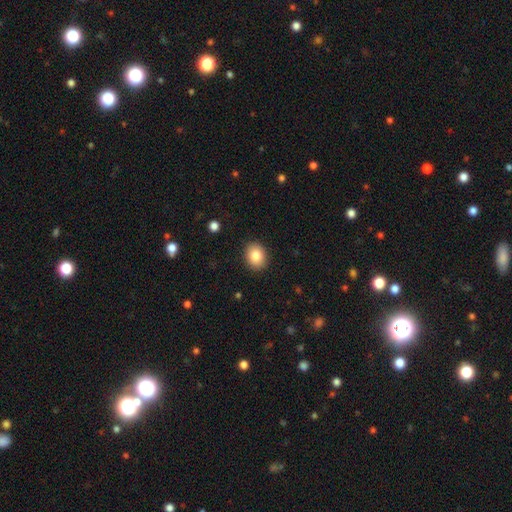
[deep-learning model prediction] A smooth galaxy with no disk features (84%) that is in between round and cigar-shaped (53%). Merging: none (90%).